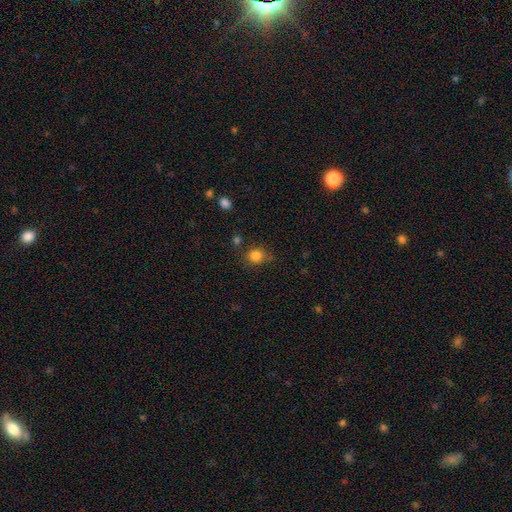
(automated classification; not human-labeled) Overall: smooth (84%). How rounded: round (85%). Merging: none (78%).